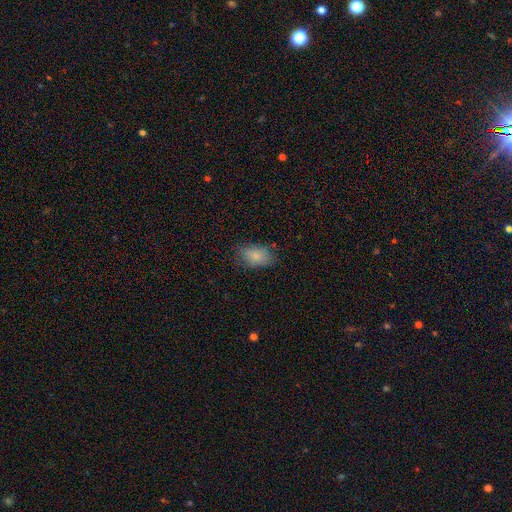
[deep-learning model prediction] Smooth or featured? smooth (83%)
How rounded? in between (89%)
Merging? none (72%)